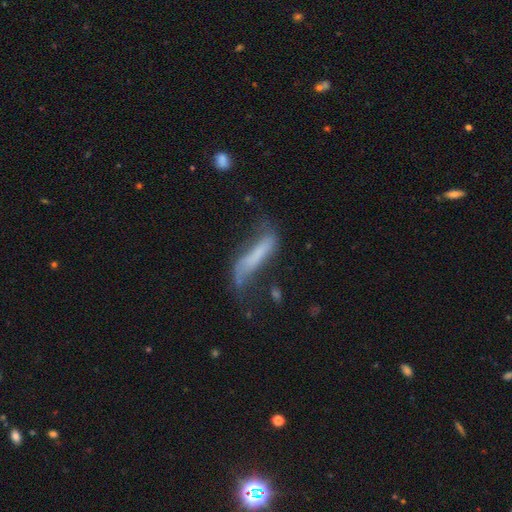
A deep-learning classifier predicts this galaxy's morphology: This appears to be a featured or disk galaxy (46%). Merging: none (33%).